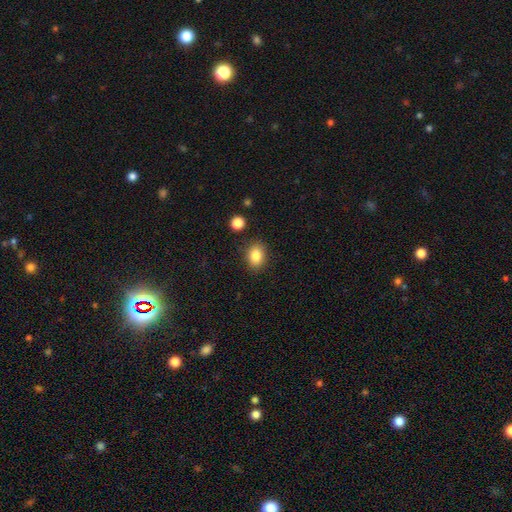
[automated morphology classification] smooth_or_featured: smooth (p=0.84) [alt: star or artifact p=0.10]
how_rounded: in between (p=0.60) [alt: round p=0.39]
merging: none (p=0.86) [alt: minor disturbance p=0.09]